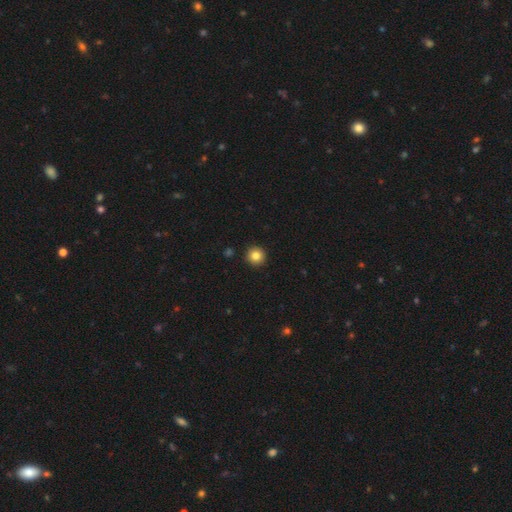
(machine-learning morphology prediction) This is clearly a smooth galaxy (83%). How rounded: clearly round (95%). Merging: clearly none (93%).